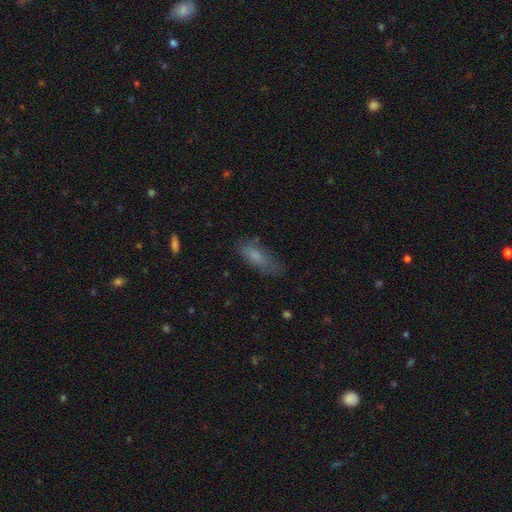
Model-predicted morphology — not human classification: A smooth galaxy with no disk features (74%) that is in between round and cigar-shaped (66%).

Vote fractions:
- Smooth or featured? smooth: 74% / featured or disk: 18% / star or artifact: 8%
- How rounded? in between: 66% / cigar-shaped: 32% / round: 2%
- Merging? none: 64% / minor disturbance: 26% / major disturbance: 9% / merger: 2%